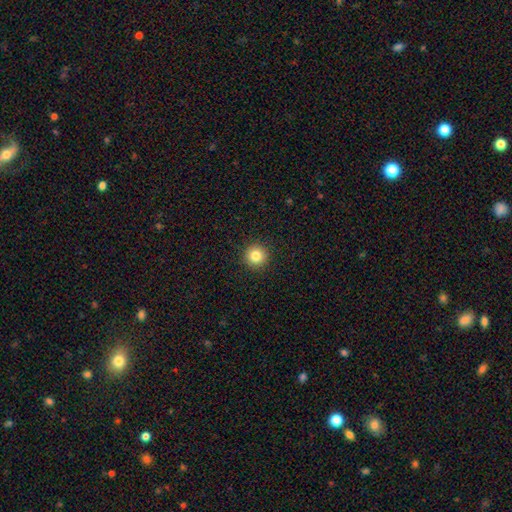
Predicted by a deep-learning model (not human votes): Smooth or featured?
  - smooth: 83% *
  - star or artifact: 11%
  - featured or disk: 6%
How rounded?
  - round: 96% *
  - in between: 3%
  - cigar-shaped: 1%
Merging?
  - none: 93% *
  - minor disturbance: 4%
  - major disturbance: 2%
  - merger: 1%